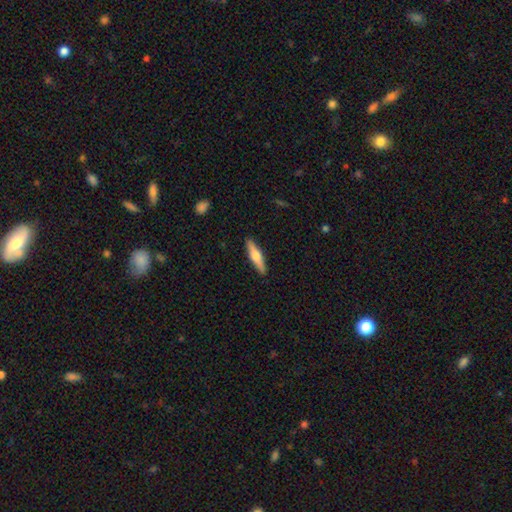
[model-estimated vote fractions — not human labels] The model was most divided on "smooth or featured" (2-way tie): smooth: 47%, featured or disk: 47%, star or artifact: 5%. More confident: merging — none (90%).